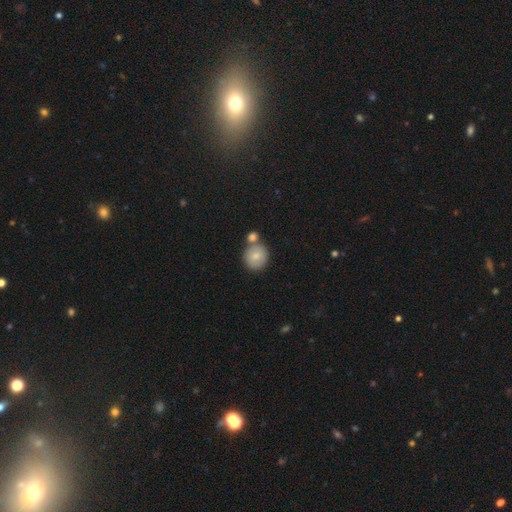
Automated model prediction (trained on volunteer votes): smooth-or-featured: smooth: 80% | featured or disk: 13% | star or artifact: 8%
  how-rounded: round: 85% | in between: 14% | cigar-shaped: 1%
  merging: none: 57% | merger: 30% | minor disturbance: 10% | major disturbance: 3%